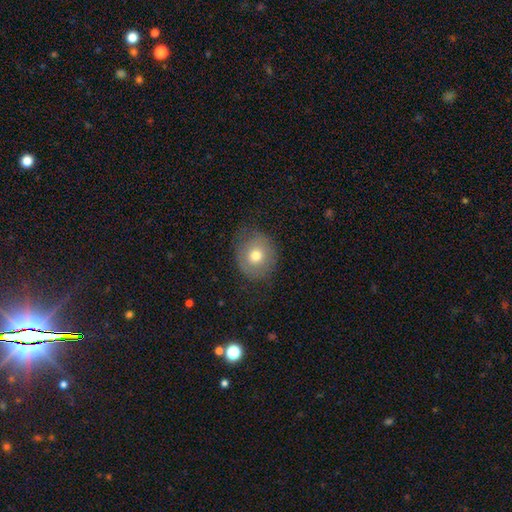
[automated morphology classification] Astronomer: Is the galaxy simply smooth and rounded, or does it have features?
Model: smooth — 68%.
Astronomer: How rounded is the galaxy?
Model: round — 77%.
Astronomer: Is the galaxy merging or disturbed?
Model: none — 72%.